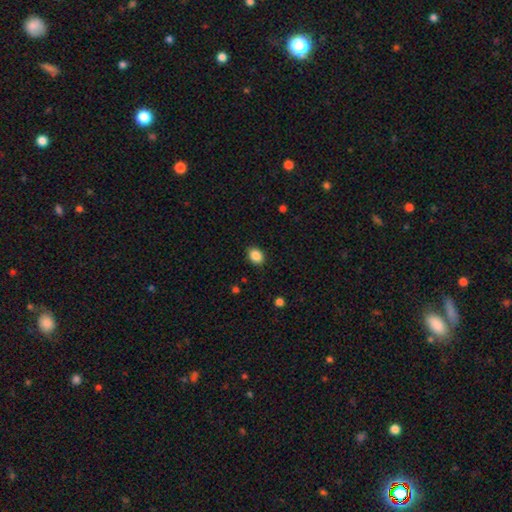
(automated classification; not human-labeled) Smooth or featured: smooth — 87% (star or artifact — 9%)
How rounded: in between — 62% (round — 37%)
Merging: none — 88% (minor disturbance — 9%)